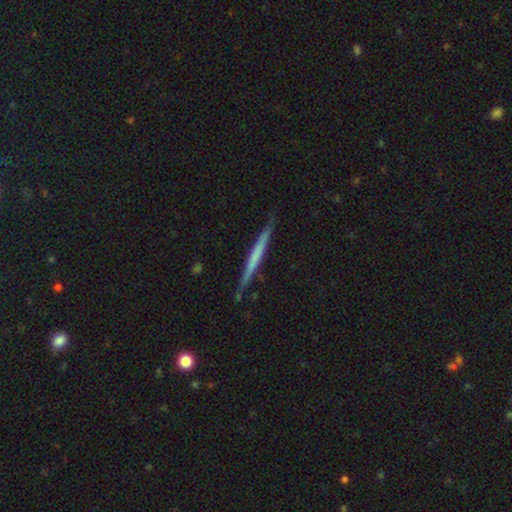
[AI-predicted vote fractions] This appears to be a featured or disk galaxy (52%) viewed edge-on (97%) with no central bulge (83%). Merging: none (87%).